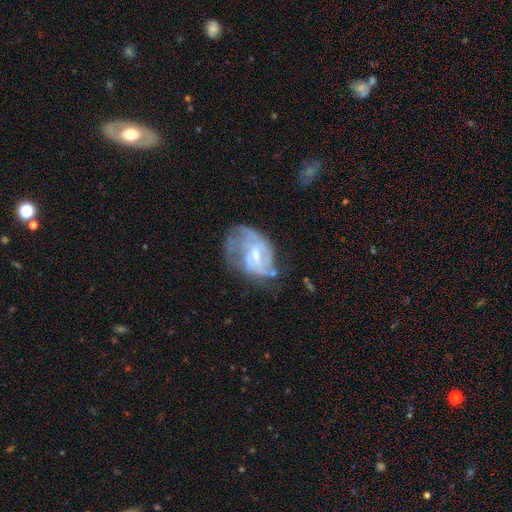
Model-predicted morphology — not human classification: This appears to be a featured or disk galaxy (72%) with a weak bar (54%), spiral arms (70%) and a small central bulge (48%). Merging: none (34%).